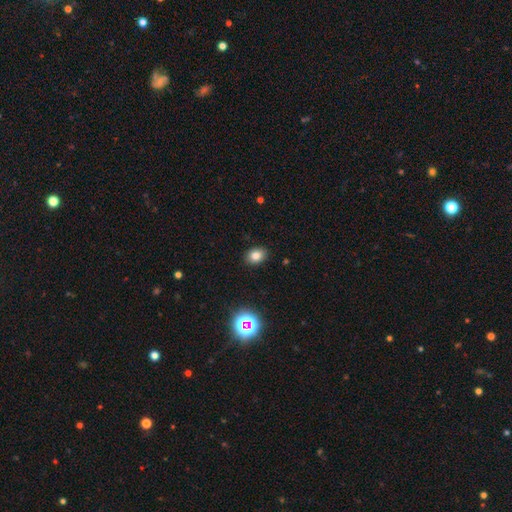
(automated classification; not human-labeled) Smooth or featured? smooth (79%)
How rounded? in between (64%)
Merging? none (89%)